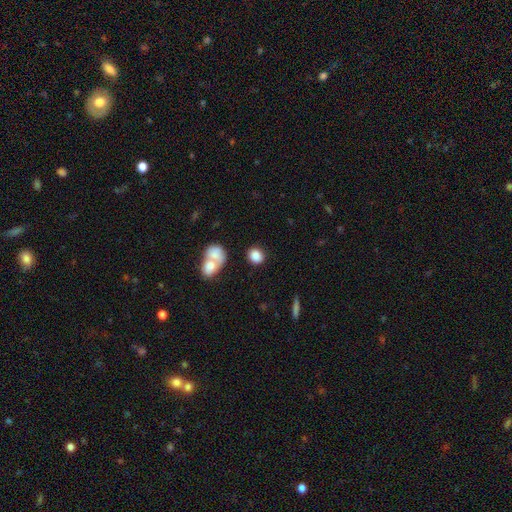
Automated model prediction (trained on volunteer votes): Smooth or featured: smooth — 85% (star or artifact — 9%)
How rounded: round — 65% (in between — 34%)
Merging: none — 67% (merger — 18%)